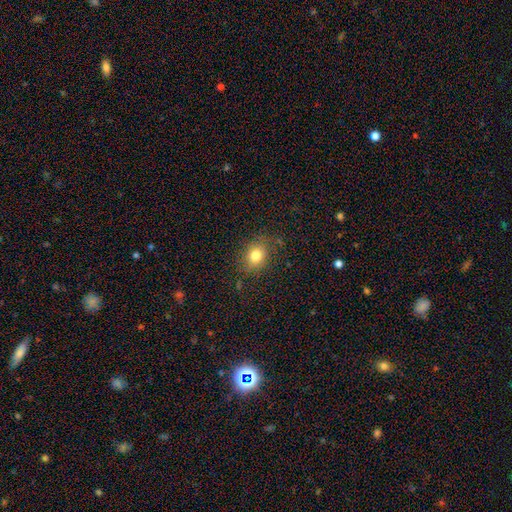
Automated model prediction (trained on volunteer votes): Overall: smooth (79%). How rounded: round (52%; in between 47%). Merging: none (81%).